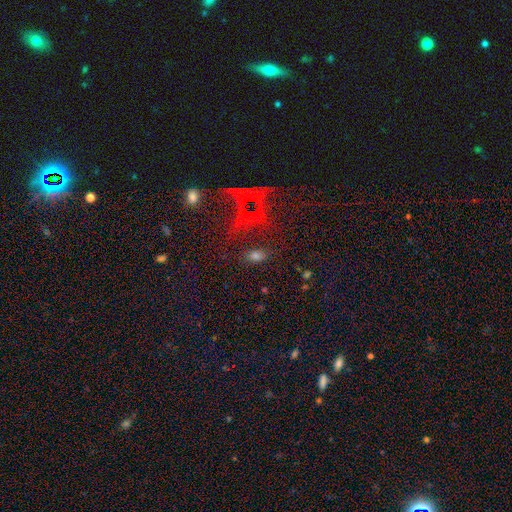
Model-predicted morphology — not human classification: This is likely a smooth galaxy (64%). How rounded: clearly in between (87%). Merging: likely none (80%).